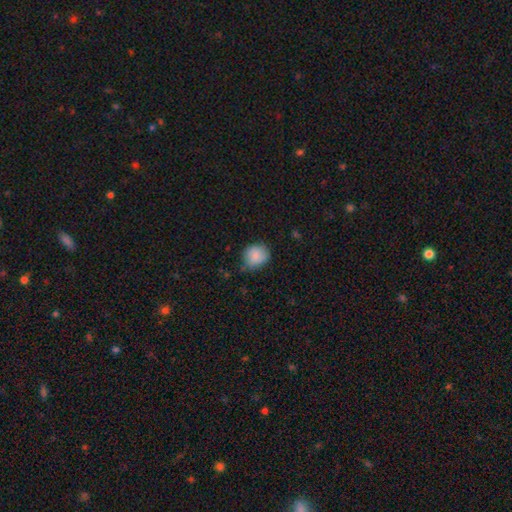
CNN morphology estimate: smooth-or-featured: smooth: 84% | star or artifact: 8% | featured or disk: 8%
  how-rounded: round: 75% | in between: 24% | cigar-shaped: 1%
  merging: none: 61% | minor disturbance: 32% | major disturbance: 6% | merger: 2%